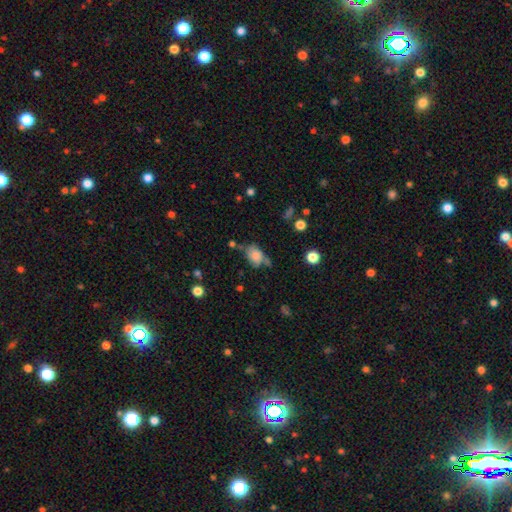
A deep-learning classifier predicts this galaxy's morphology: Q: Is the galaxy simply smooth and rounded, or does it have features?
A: smooth — 78%.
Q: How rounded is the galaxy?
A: in between — 76%.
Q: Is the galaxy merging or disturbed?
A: none — 50%.